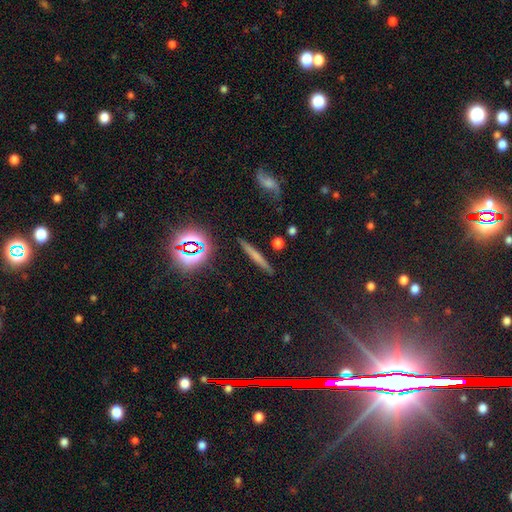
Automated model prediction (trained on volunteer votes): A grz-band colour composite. It shows a smooth galaxy with no disk features (51%) that is cigar-shaped (91%). Merging: none (87%).